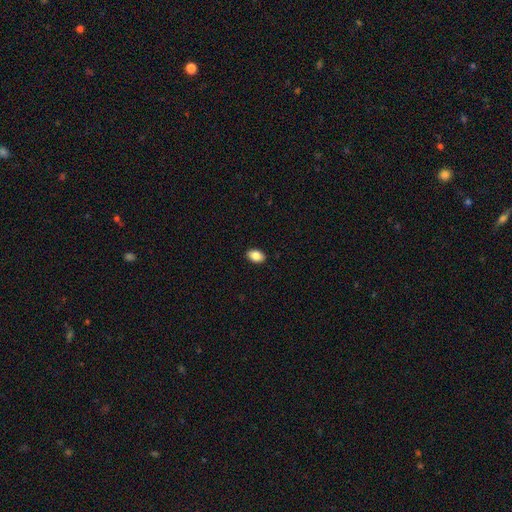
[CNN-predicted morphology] smooth 87%, star or artifact 8%, featured or disk 6%. Down the decision tree: how rounded — in between (86%); merging — none (90%).